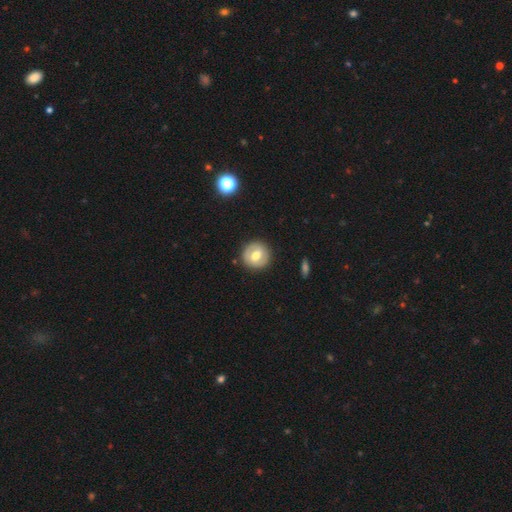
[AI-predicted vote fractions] smooth_or_featured: smooth (p=0.48) [alt: featured or disk p=0.46]
merging: none (p=0.88) [alt: minor disturbance p=0.08]